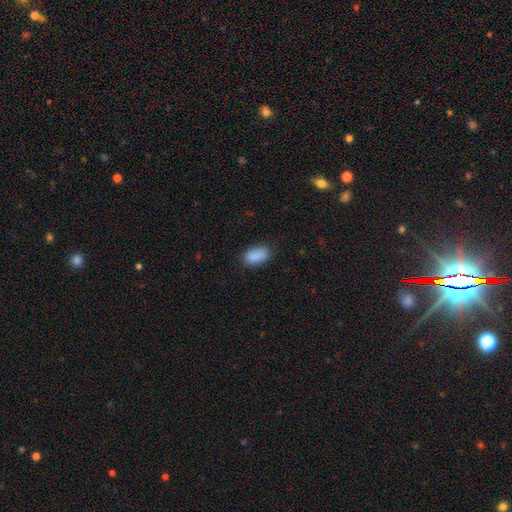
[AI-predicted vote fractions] This appears to be a smooth galaxy with no disk features (89%) that is in between round and cigar-shaped (91%). Merging: none (81%).